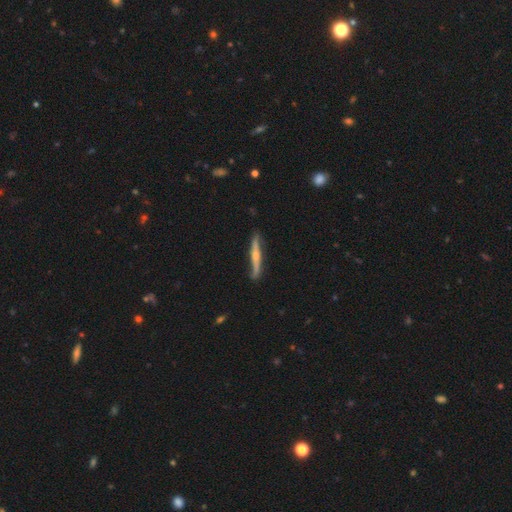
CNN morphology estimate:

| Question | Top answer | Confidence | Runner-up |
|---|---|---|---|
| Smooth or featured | featured or disk | 66% | smooth (30%) |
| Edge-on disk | yes | 86% | no (14%) |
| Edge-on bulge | rounded | 78% | none (16%) |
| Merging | none | 73% | minor disturbance (21%) |